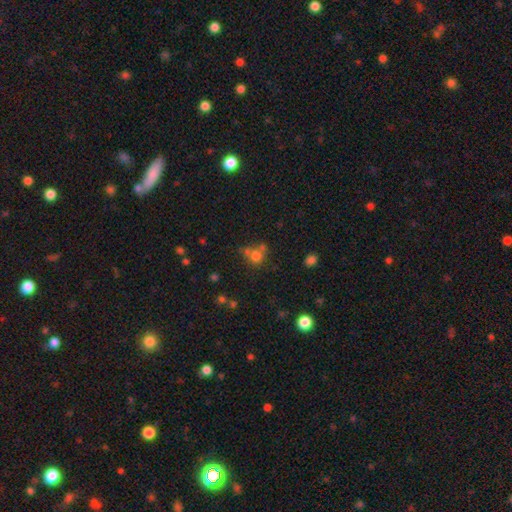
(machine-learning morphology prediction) Smooth or featured: smooth — 73% (star or artifact — 17%)
How rounded: round — 84% (in between — 15%)
Merging: none — 47% (merger — 35%)